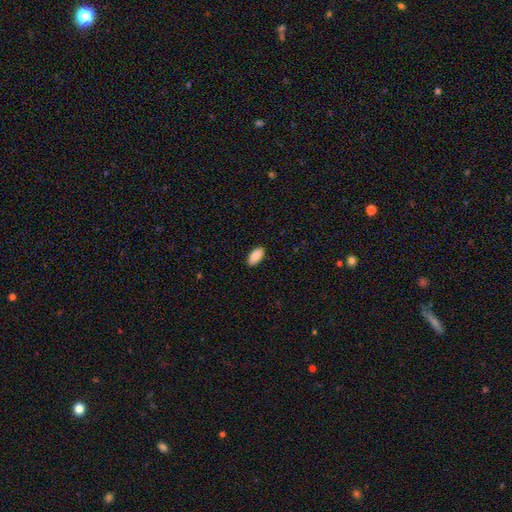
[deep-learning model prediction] Overall: smooth (89%). How rounded: in between (94%). Merging: none (89%).